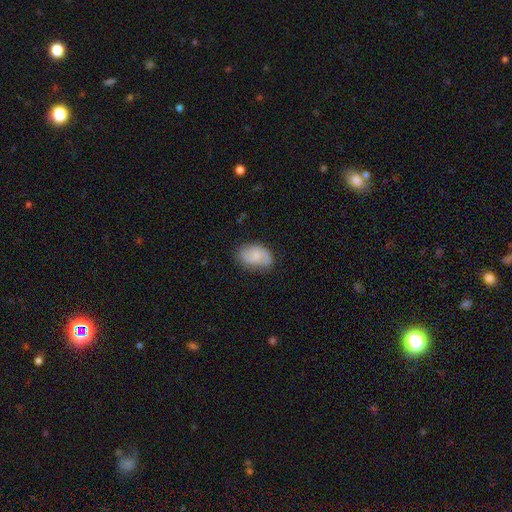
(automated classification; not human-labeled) Smooth or featured: smooth — 53% (featured or disk — 39%)
How rounded: in between — 81% (round — 18%)
Merging: none — 70% (minor disturbance — 22%)